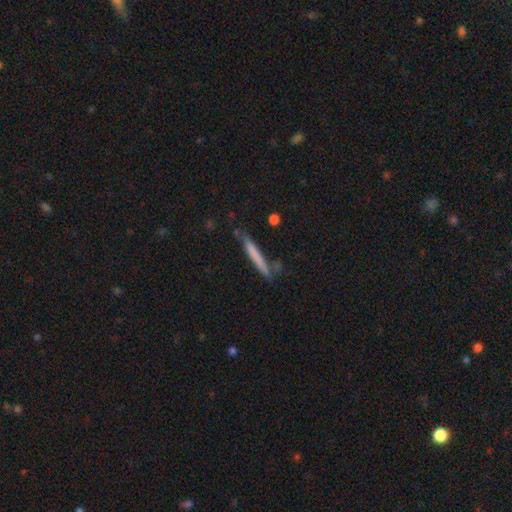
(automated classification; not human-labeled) A smooth galaxy with no disk features (67%) that is cigar-shaped (96%). Merging: none (75%).